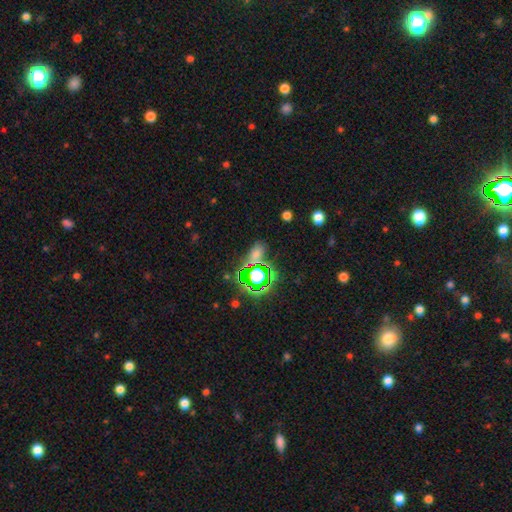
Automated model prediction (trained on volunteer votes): Smooth or featured? Predicted: star or artifact (p=0.67).